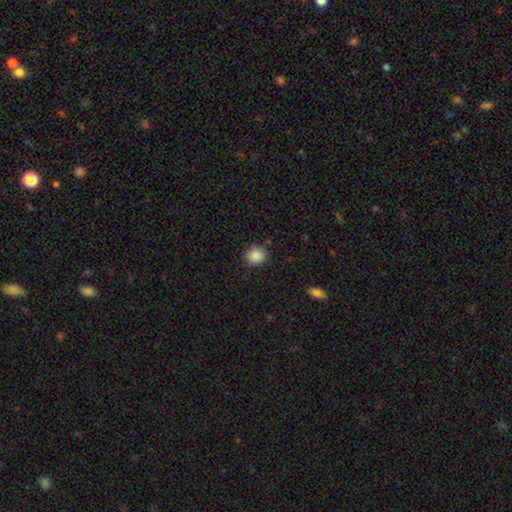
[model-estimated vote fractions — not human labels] This is clearly a smooth galaxy (87%). How rounded: clearly round (80%). Merging: clearly none (83%).